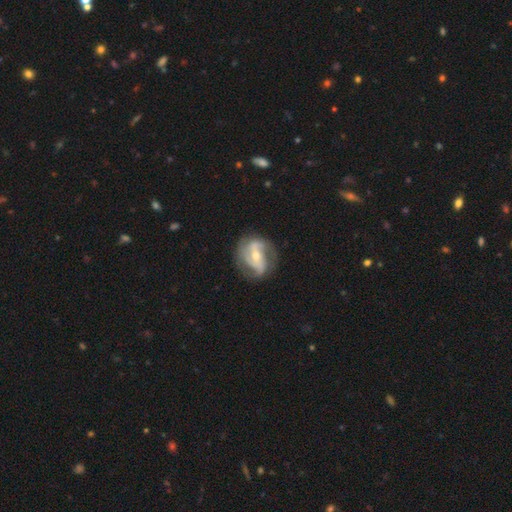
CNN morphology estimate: A featured or disk galaxy (82%) with a weak bar (39%), 2 (56%) medium (47%) spiral arms (93%) and a moderate central bulge (53%).

Vote fractions:
- Smooth or featured? featured or disk: 82% / smooth: 12% / star or artifact: 6%
- Edge-on disk? no: 97% / yes: 3%
- Bar? weak: 39% / no: 33% / strong: 28%
- Spiral arms? yes: 93% / no: 7%
- Spiral winding? medium: 47% / loose: 28% / tight: 25%
- Spiral arm count? 2: 56% / 3: 24% / can't tell: 10% / 1: 3% / 4: 3% / more than 4: 2%
- Bulge size? moderate: 53% / small: 42% / large: 2% / none: 1% / dominant: 1%
- Merging? none: 67% / minor disturbance: 20% / major disturbance: 11% / merger: 2%